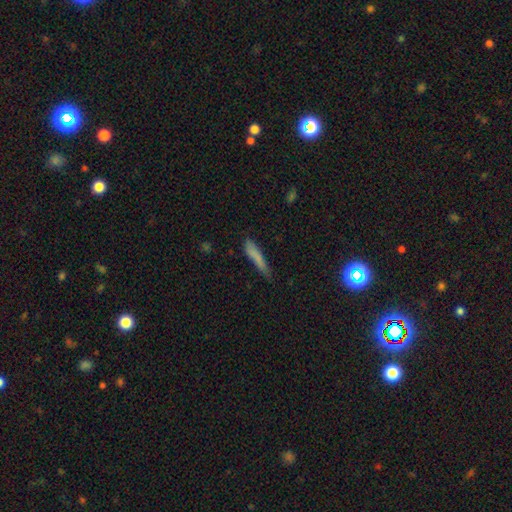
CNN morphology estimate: smooth 76%, featured or disk 15%, star or artifact 9%. Down the decision tree: how rounded — cigar-shaped (88%); merging — none (57%).